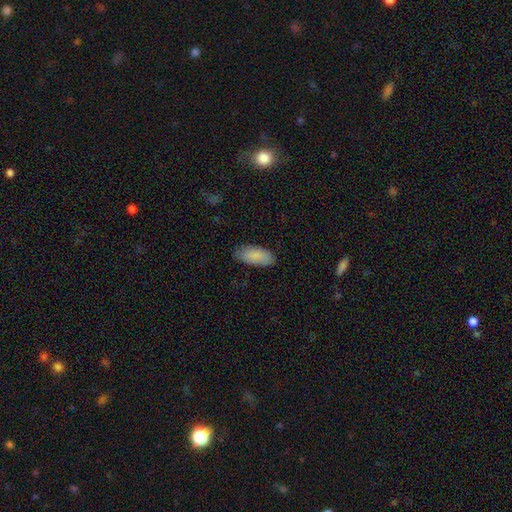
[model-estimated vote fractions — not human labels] Overall: smooth (88%). How rounded: in between (90%). Merging: none (81%).